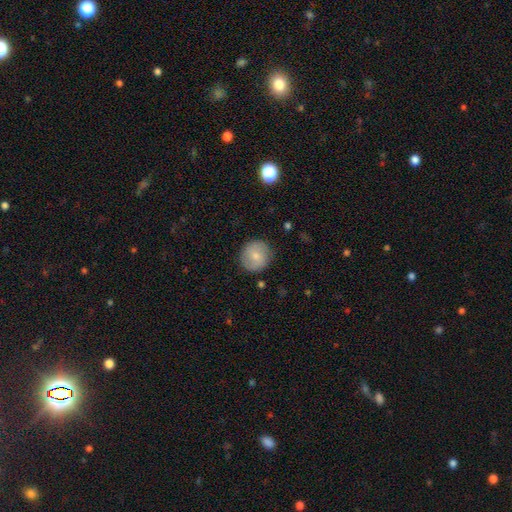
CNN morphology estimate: Smooth or featured? Predicted: smooth (p=0.74). How rounded? Predicted: round (p=0.93). Merging? Predicted: none (p=0.87).